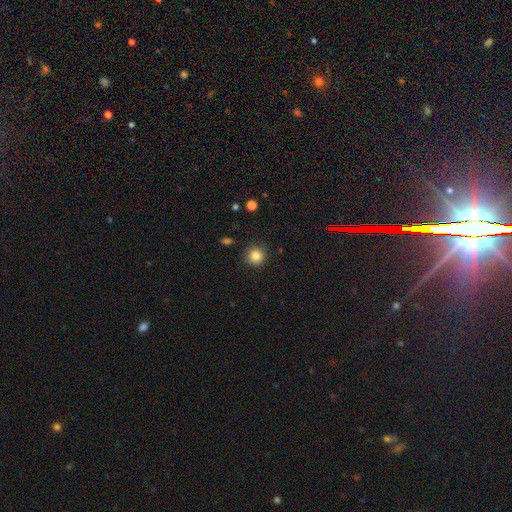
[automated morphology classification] This appears to be a smooth galaxy with no disk features (85%) that is round (94%). Merging: none (89%).